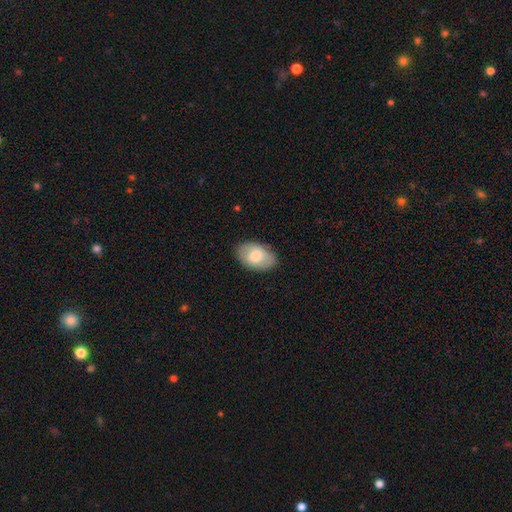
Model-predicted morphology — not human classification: Smooth or featured?
  - smooth: 72% *
  - featured or disk: 22%
  - star or artifact: 6%
How rounded?
  - in between: 90% *
  - round: 8%
  - cigar-shaped: 1%
Merging?
  - none: 86% *
  - minor disturbance: 10%
  - major disturbance: 2%
  - merger: 1%